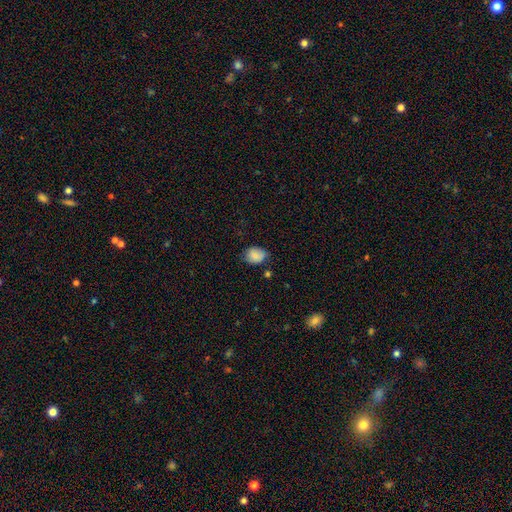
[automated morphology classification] The model was most divided on "how rounded": in between: 59%, round: 40%, cigar-shaped: 1%. More confident: smooth or featured — smooth (84%); merging — none (66%).